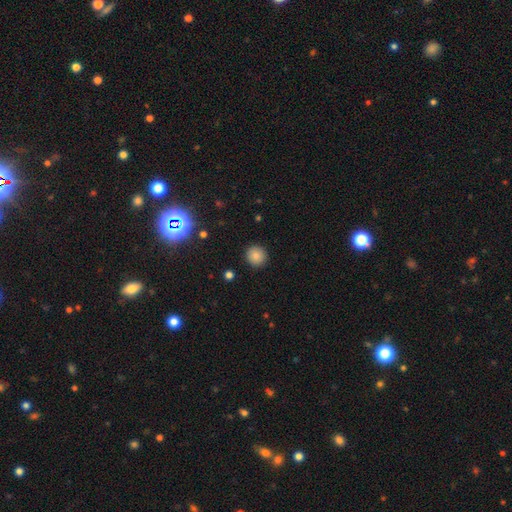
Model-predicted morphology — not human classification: A smooth galaxy with no disk features (82%) that is round (94%). Merging: none (92%).